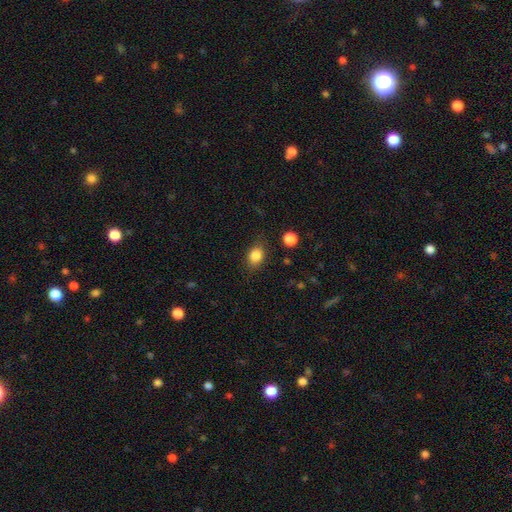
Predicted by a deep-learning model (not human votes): Overall: smooth (84%). How rounded: in between (65%; round 33%). Merging: none (80%).